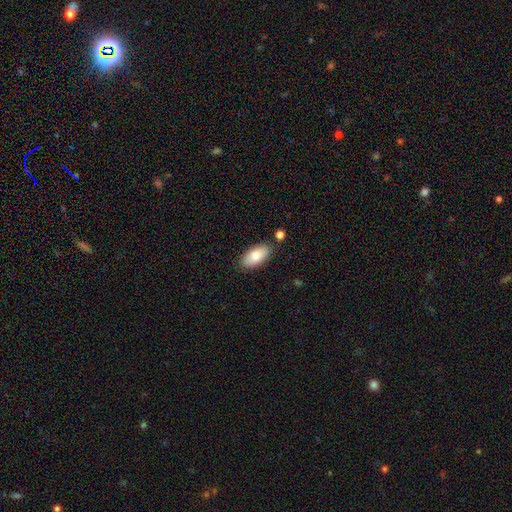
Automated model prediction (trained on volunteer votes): smooth_or_featured: smooth (p=0.79) [alt: featured or disk p=0.14]
how_rounded: in between (p=0.92) [alt: cigar-shaped p=0.05]
merging: none (p=0.83) [alt: minor disturbance p=0.11]